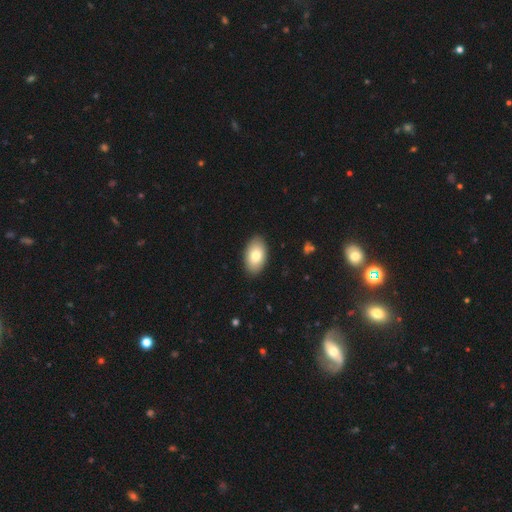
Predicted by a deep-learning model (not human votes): This appears to be a smooth galaxy with no disk features (79%) that is in between round and cigar-shaped (94%). Merging: none (89%).